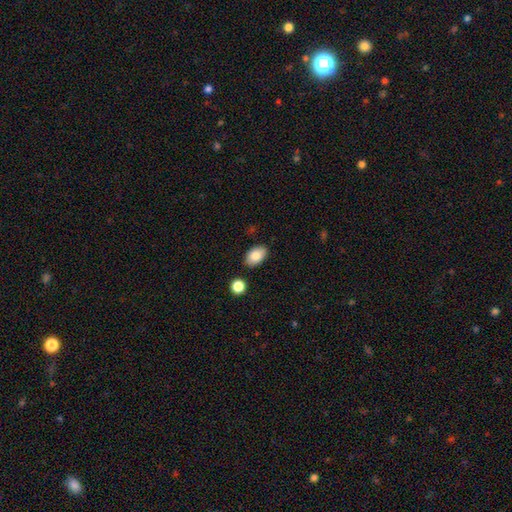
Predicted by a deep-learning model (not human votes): The model was most divided on "merging": none: 84%, minor disturbance: 11%, merger: 3%, major disturbance: 2%. More confident: how rounded — in between (91%); smooth or featured — smooth (86%).